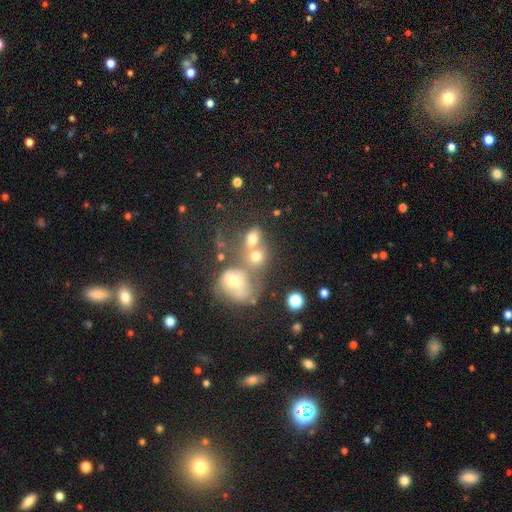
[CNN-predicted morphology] A smooth galaxy with no disk features (64%) that is round (61%).

Vote fractions:
- Smooth or featured? smooth: 64% / featured or disk: 20% / star or artifact: 16%
- How rounded? round: 61% / in between: 37% / cigar-shaped: 1%
- Merging? merger: 55% / none: 27% / minor disturbance: 10% / major disturbance: 9%